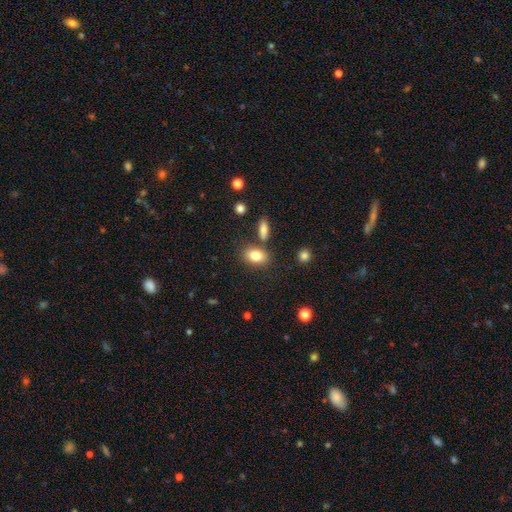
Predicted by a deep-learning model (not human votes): smooth-or-featured: smooth: 81% | featured or disk: 10% | star or artifact: 9%
  how-rounded: in between: 79% | round: 19% | cigar-shaped: 2%
  merging: none: 72% | merger: 12% | minor disturbance: 12% | major disturbance: 4%